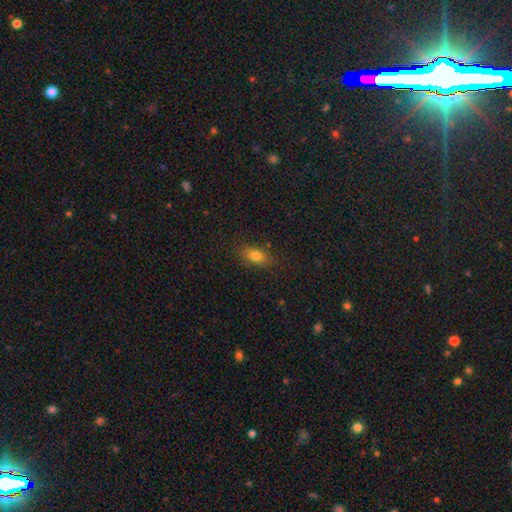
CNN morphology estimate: smooth 78%, star or artifact 11%, featured or disk 11%. Down the decision tree: how rounded — in between (79%); merging — none (82%).